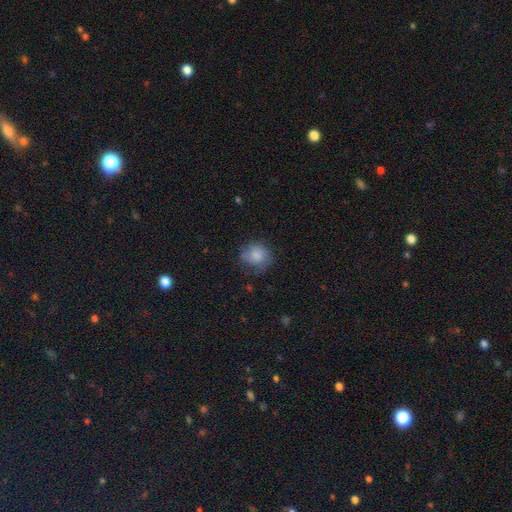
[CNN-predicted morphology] Overall: smooth (70%). How rounded: round (78%). Merging: none (65%).